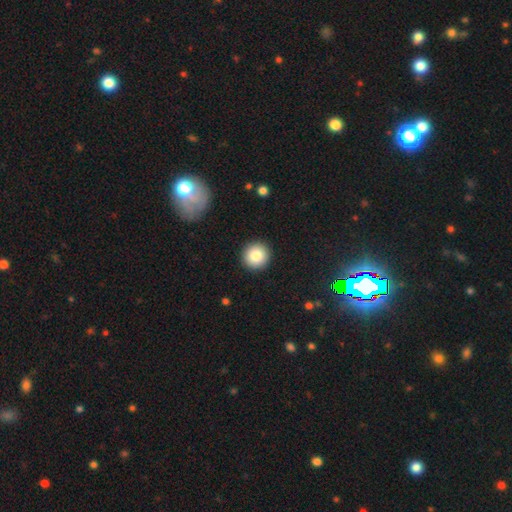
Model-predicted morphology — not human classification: smooth 84%, star or artifact 9%, featured or disk 7%. Down the decision tree: how rounded — round (95%); merging — none (93%).